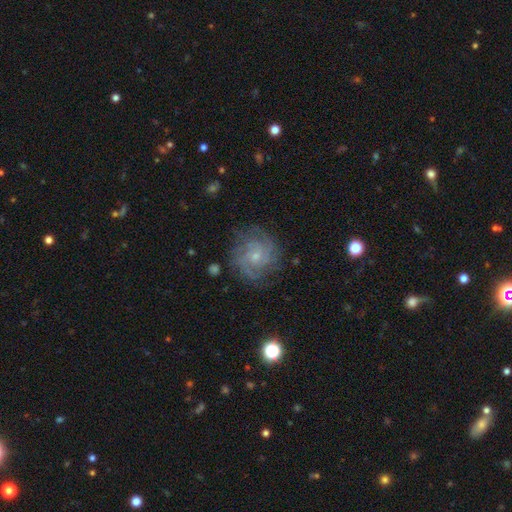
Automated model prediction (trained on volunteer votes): The model was most divided on "spiral arm count": can't tell: 26%, 3: 23%, 2: 19%, 4: 18%, more than 4: 7%, 1: 7%. More confident: edge-on disk — no (98%); spiral arms — yes (96%); smooth or featured — featured or disk (83%); merging — none (79%); bar — no (72%); bulge size — small (71%); spiral winding — tight (64%).